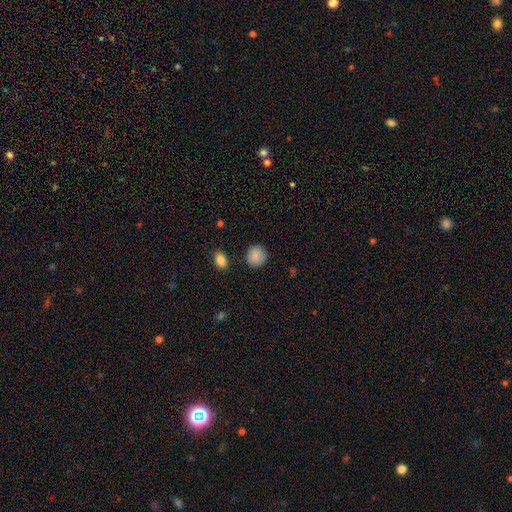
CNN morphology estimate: Q: Smooth or featured?
A: smooth (88%); runner-up: star or artifact (8%)
Q: How rounded?
A: round (88%); runner-up: in between (11%)
Q: Merging?
A: none (89%); runner-up: minor disturbance (7%)